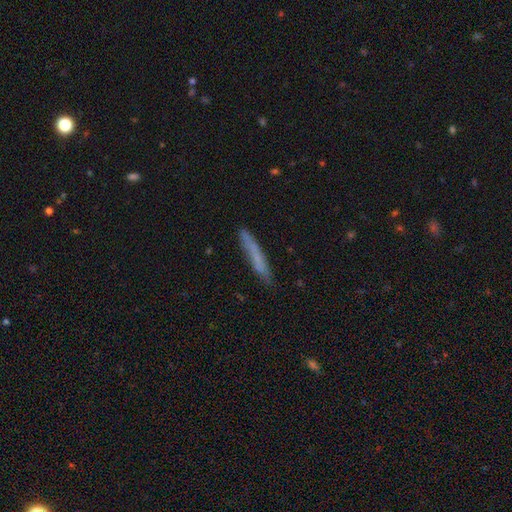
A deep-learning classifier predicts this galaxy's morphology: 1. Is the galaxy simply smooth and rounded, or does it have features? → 64% smooth, 28% featured or disk, 8% star or artifact.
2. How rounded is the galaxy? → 95% cigar-shaped, 4% in between, 1% round.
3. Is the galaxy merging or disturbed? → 81% none, 14% minor disturbance, 3% major disturbance, 2% merger.